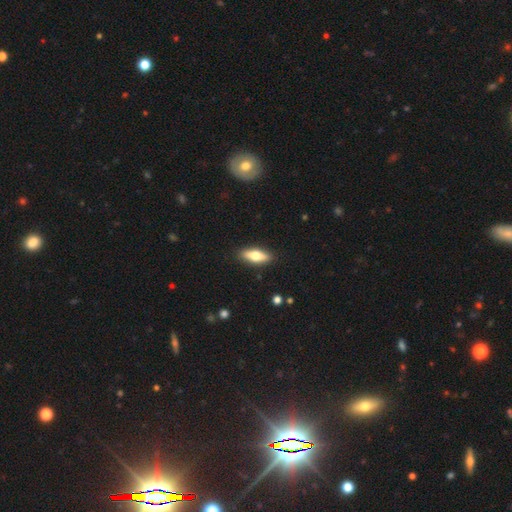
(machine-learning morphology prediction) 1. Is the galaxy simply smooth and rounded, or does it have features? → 62% smooth, 32% featured or disk, 6% star or artifact.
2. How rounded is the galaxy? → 60% in between, 37% cigar-shaped, 3% round.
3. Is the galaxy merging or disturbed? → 89% none, 8% minor disturbance, 2% major disturbance, 1% merger.